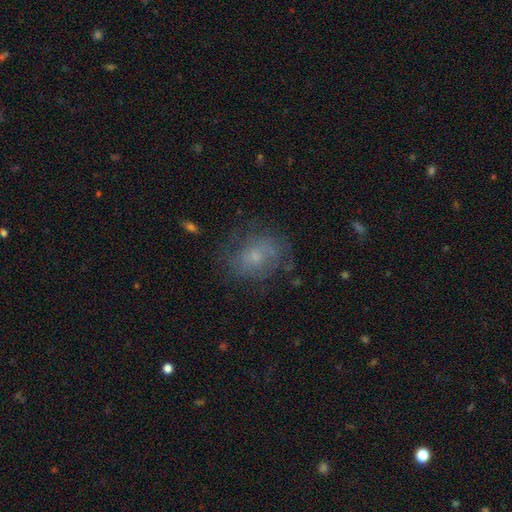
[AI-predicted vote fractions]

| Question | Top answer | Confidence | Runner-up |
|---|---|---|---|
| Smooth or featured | smooth | 48% | featured or disk (38%) |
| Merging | none | 63% | minor disturbance (21%) |